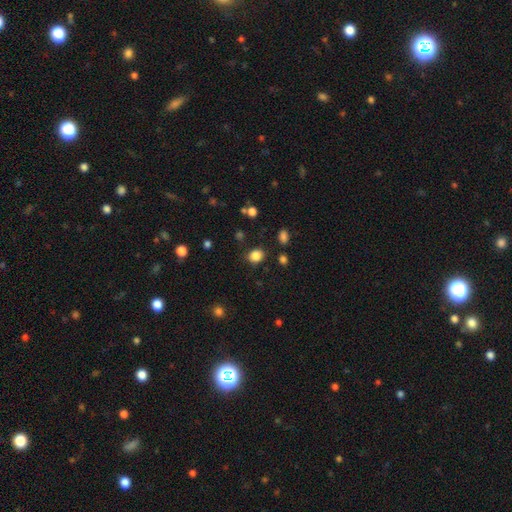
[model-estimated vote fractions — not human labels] A smooth galaxy with no disk features (84%) that is round (65%). Merging: none (82%).